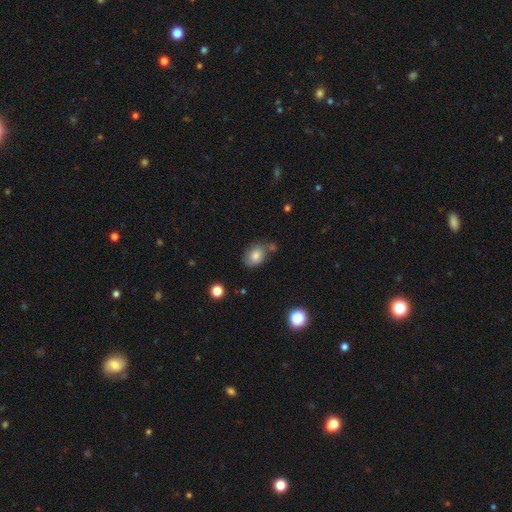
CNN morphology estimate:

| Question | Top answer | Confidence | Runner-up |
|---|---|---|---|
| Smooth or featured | smooth | 80% | featured or disk (10%) |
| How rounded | in between | 67% | round (32%) |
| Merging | none | 62% | minor disturbance (20%) |